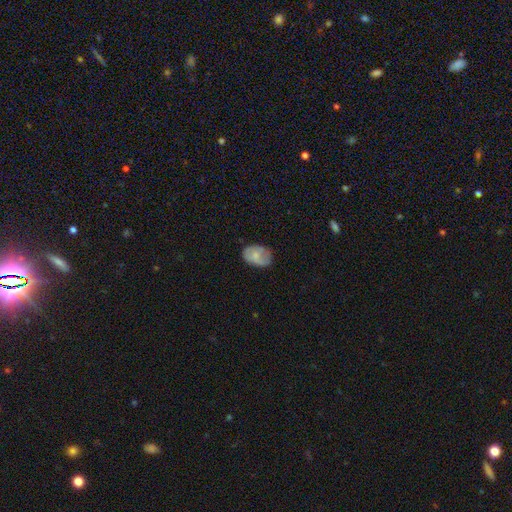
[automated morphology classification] smooth_or_featured: smooth (p=0.70) [alt: featured or disk p=0.22]
how_rounded: in between (p=0.81) [alt: round p=0.17]
merging: none (p=0.66) [alt: minor disturbance p=0.26]